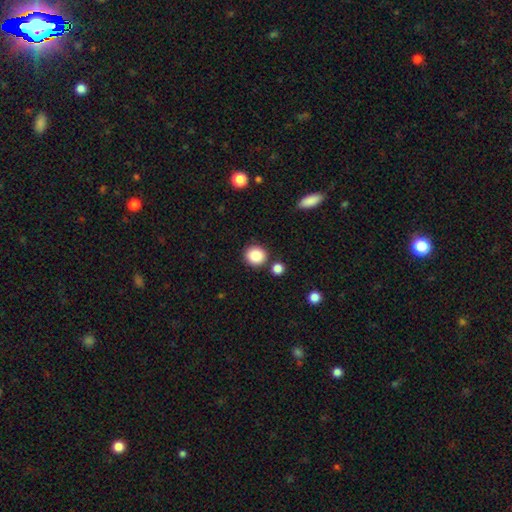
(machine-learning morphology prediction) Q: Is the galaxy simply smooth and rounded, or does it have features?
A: smooth — 87%.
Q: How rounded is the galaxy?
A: round — 86%.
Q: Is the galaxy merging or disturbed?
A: none — 84%.